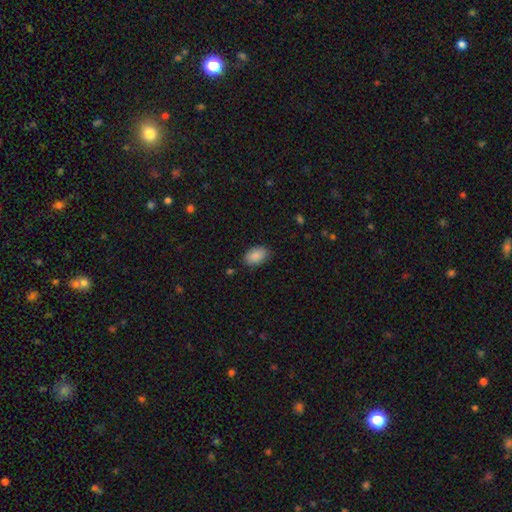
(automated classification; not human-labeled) Smooth or featured?
  - smooth: 89% *
  - star or artifact: 7%
  - featured or disk: 4%
How rounded?
  - in between: 90% *
  - round: 9%
  - cigar-shaped: 1%
Merging?
  - none: 83% *
  - minor disturbance: 13%
  - major disturbance: 3%
  - merger: 1%